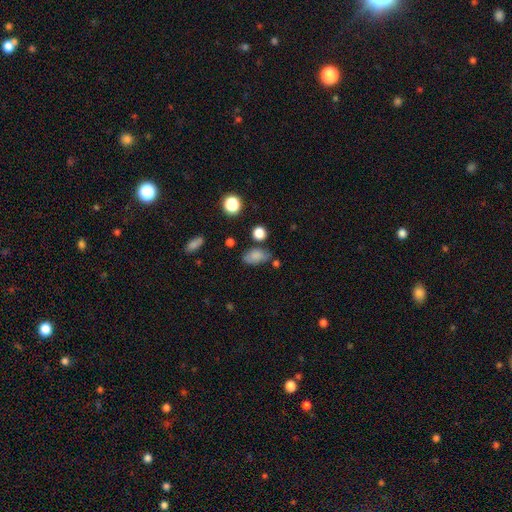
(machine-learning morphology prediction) A smooth galaxy with no disk features (81%) that is in between round and cigar-shaped (88%).

Vote fractions:
- Smooth or featured? smooth: 81% / star or artifact: 11% / featured or disk: 9%
- How rounded? in between: 88% / round: 9% / cigar-shaped: 3%
- Merging? none: 65% / minor disturbance: 22% / merger: 7% / major disturbance: 6%